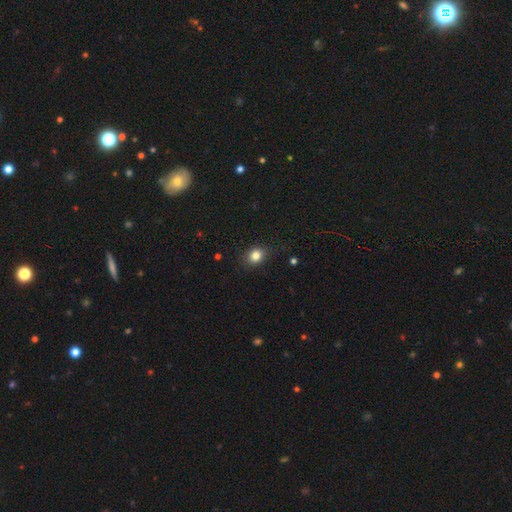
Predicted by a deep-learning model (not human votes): Smooth or featured: smooth — 82% (star or artifact — 11%)
How rounded: round — 54% (in between — 45%)
Merging: none — 80% (minor disturbance — 15%)